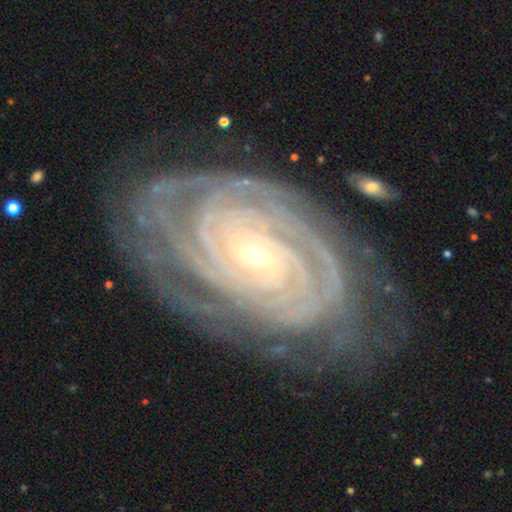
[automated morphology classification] Q: Smooth or featured?
A: featured or disk (91%); runner-up: star or artifact (5%)
Q: Edge-on disk?
A: no (96%); runner-up: yes (4%)
Q: Bar?
A: no (53%); runner-up: weak (29%)
Q: Spiral arms?
A: yes (98%); runner-up: no (2%)
Q: Spiral winding?
A: tight (87%); runner-up: medium (11%)
Q: Spiral arm count?
A: 4 (24%); runner-up: can't tell (20%)
Q: Bulge size?
A: small (80%); runner-up: moderate (17%)
Q: Merging?
A: none (74%); runner-up: minor disturbance (18%)